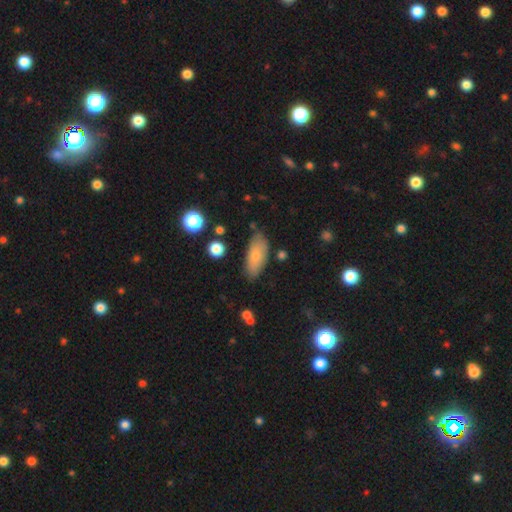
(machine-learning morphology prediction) Smooth or featured? Predicted: smooth (p=0.75). How rounded? Predicted: in between (p=0.82). Merging? Predicted: none (p=0.75).